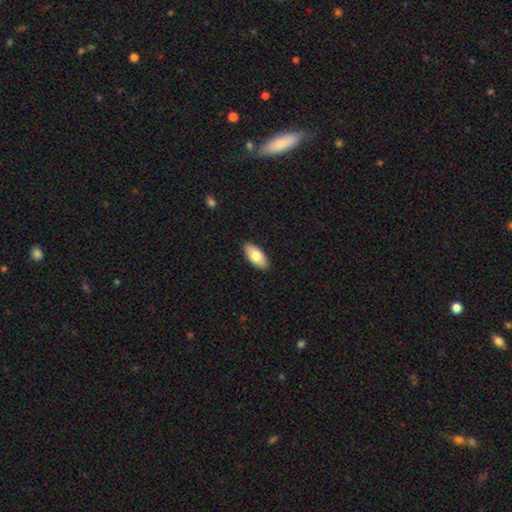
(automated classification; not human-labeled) smooth 77%, featured or disk 17%, star or artifact 6%. Down the decision tree: how rounded — in between (91%); merging — none (90%).